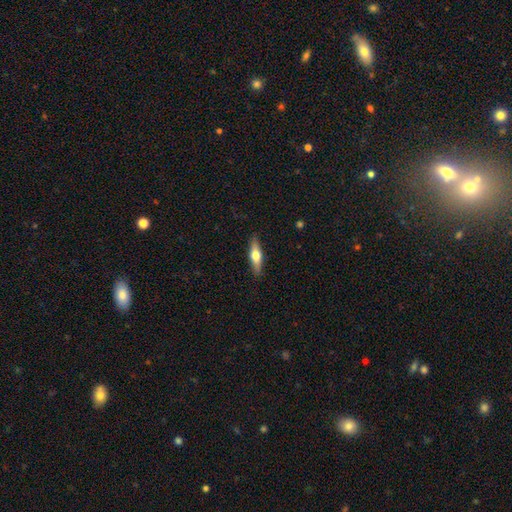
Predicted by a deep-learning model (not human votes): Morphology: type=smooth (48%); merging=none (89%).